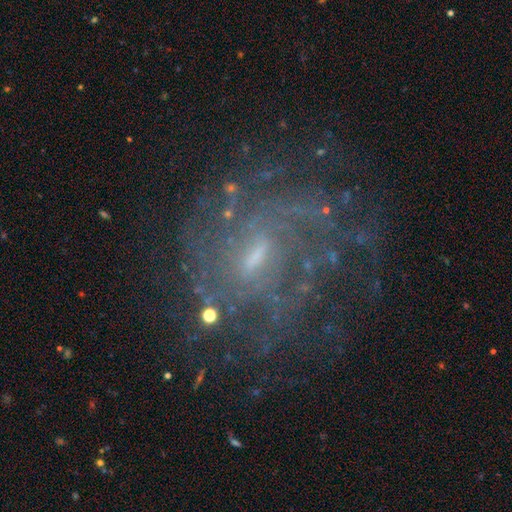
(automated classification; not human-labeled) Morphology: type=featured or disk (78%); edge-on=no (97%); bar=weak (51%); spiral arms=yes (81%); winding=tight (49%); arm count=can't tell (52%); bulge=small (62%); merging=none (66%).